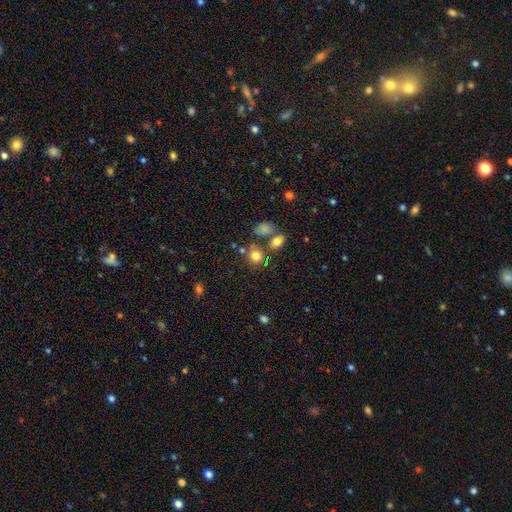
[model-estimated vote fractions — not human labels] A smooth galaxy with no disk features (78%) that is round (76%).

Vote fractions:
- Smooth or featured? smooth: 78% / star or artifact: 13% / featured or disk: 9%
- How rounded? round: 76% / in between: 23% / cigar-shaped: 1%
- Merging? none: 63% / merger: 21% / minor disturbance: 11% / major disturbance: 5%